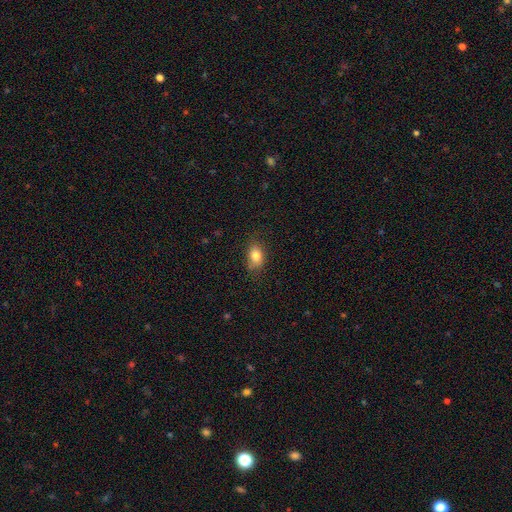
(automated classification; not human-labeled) This appears to be a smooth galaxy with no disk features (82%) that is in between round and cigar-shaped (80%). Merging: none (76%).